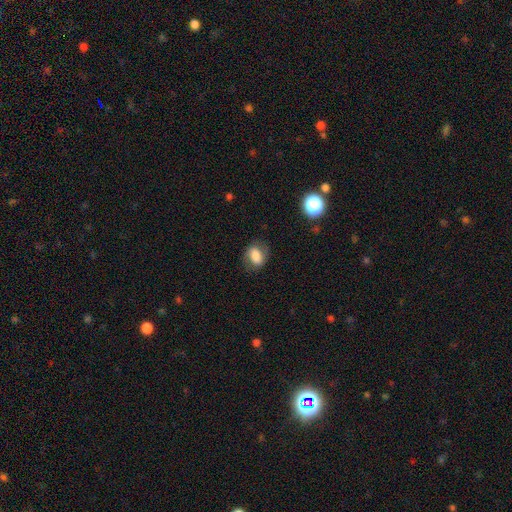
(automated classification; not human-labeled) A smooth galaxy with no disk features (69%) that is in between round and cigar-shaped (74%). Merging: none (73%).